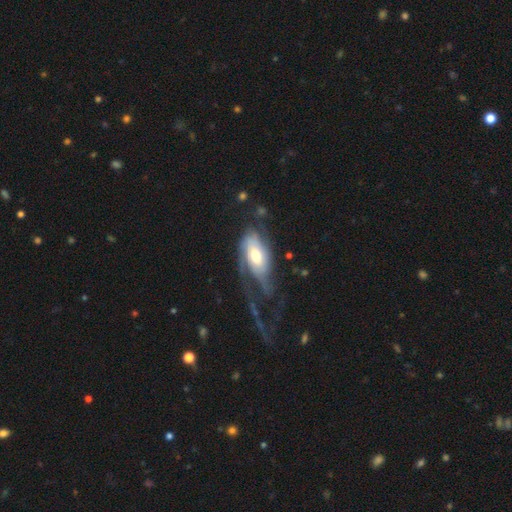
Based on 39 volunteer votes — Morphology: type=featured or disk (92%); edge-on=no (94%); bar=no (53%); spiral arms=yes (100%); winding=loose (44%); arm count=2 (68%); bulge=moderate (56%); merging=major disturbance (47%).